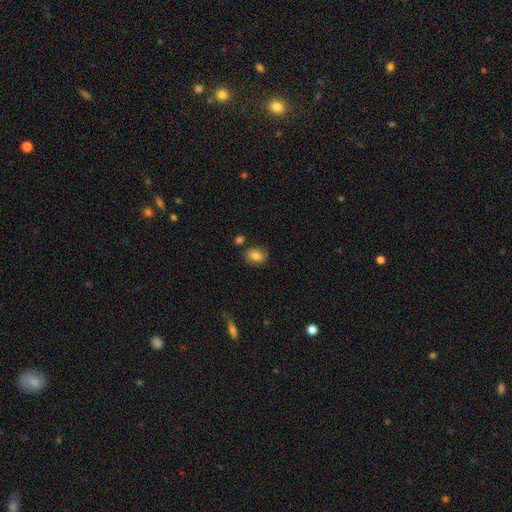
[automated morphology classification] A smooth galaxy with no disk features (81%) that is in between round and cigar-shaped (54%). Merging: none (80%).